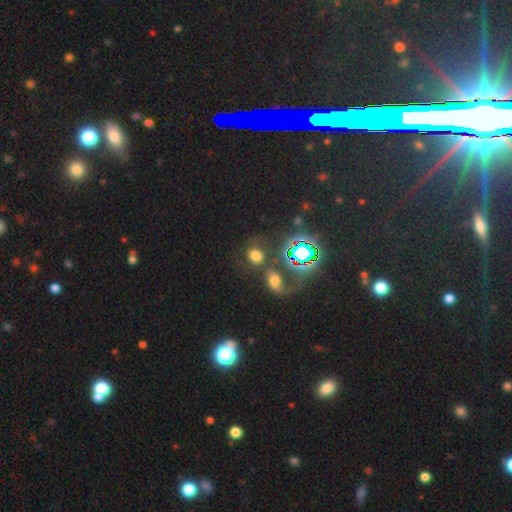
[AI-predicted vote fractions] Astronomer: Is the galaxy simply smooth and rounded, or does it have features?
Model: smooth — 58%.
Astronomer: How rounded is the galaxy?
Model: round — 68%.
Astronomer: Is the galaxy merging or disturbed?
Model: none — 50%.